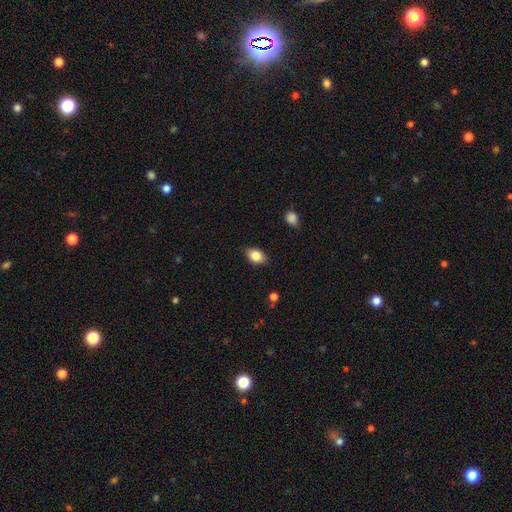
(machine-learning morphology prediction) Smooth or featured: smooth — 85% (star or artifact — 8%)
How rounded: in between — 82% (round — 17%)
Merging: none — 85% (minor disturbance — 12%)